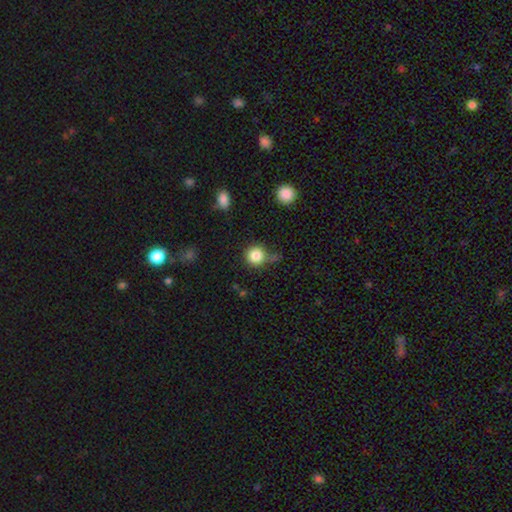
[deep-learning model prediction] Morphology: type=smooth (85%); roundness=round (92%); merging=none (66%).